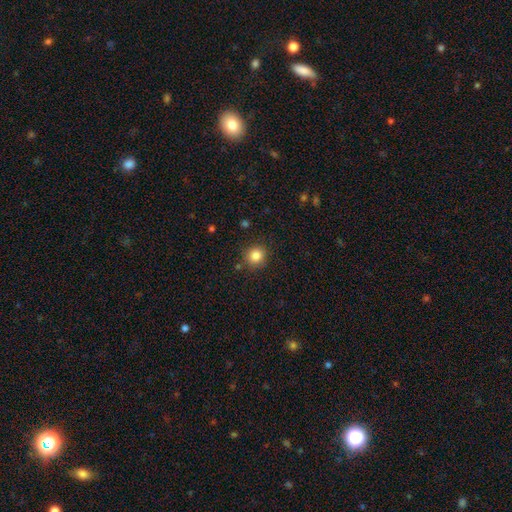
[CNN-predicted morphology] smooth-or-featured: smooth: 84% | star or artifact: 11% | featured or disk: 5%
  how-rounded: round: 90% | in between: 9% | cigar-shaped: 1%
  merging: none: 86% | minor disturbance: 9% | major disturbance: 3% | merger: 3%